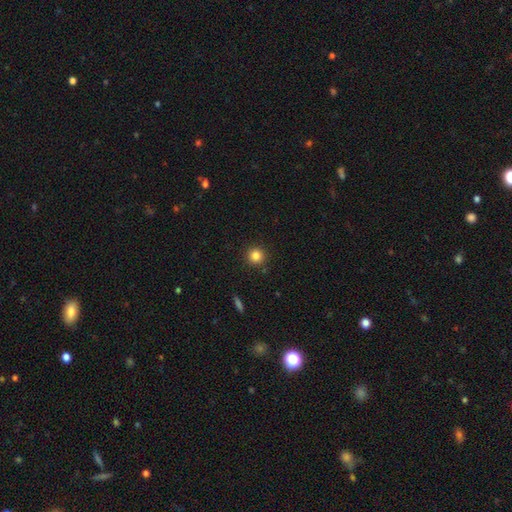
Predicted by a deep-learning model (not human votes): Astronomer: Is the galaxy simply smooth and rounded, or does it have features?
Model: smooth — 83%.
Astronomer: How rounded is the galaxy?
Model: round — 94%.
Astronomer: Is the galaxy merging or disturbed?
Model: none — 90%.